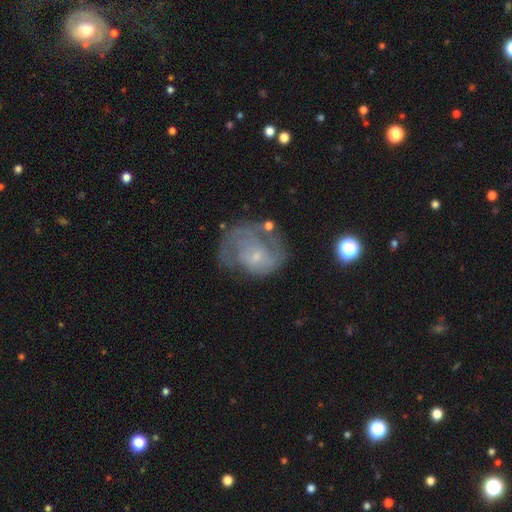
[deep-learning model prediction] Q: Smooth or featured?
A: featured or disk (70%); runner-up: smooth (20%)
Q: Edge-on disk?
A: no (98%); runner-up: yes (2%)
Q: Bar?
A: no (71%); runner-up: weak (25%)
Q: Spiral arms?
A: yes (80%); runner-up: no (20%)
Q: Spiral winding?
A: tight (44%); runner-up: medium (38%)
Q: Spiral arm count?
A: 2 (39%); runner-up: can't tell (35%)
Q: Bulge size?
A: small (77%); runner-up: moderate (14%)
Q: Merging?
A: none (49%); runner-up: minor disturbance (24%)